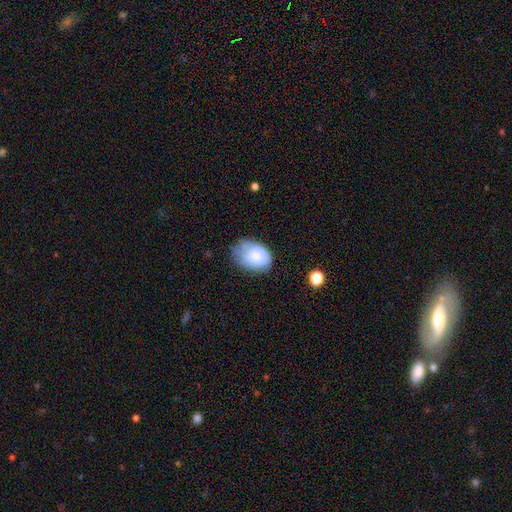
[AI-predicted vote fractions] Overall: smooth (60%; featured or disk 32%). How rounded: in between (73%). Merging: none (45%; minor disturbance 37%).